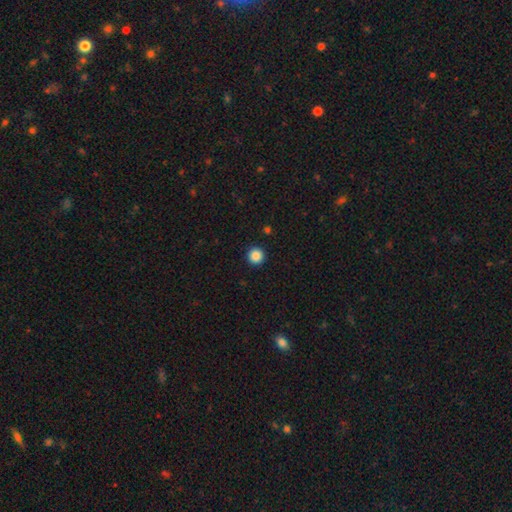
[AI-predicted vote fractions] smooth-or-featured: smooth: 87% | star or artifact: 10% | featured or disk: 2%
  how-rounded: round: 96% | in between: 3% | cigar-shaped: 1%
  merging: none: 93% | minor disturbance: 4% | major disturbance: 2% | merger: 1%